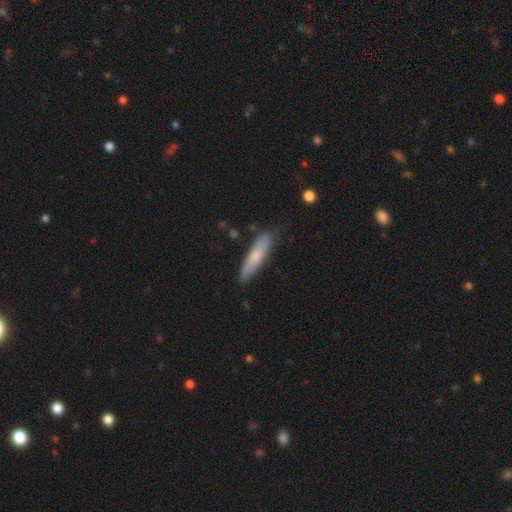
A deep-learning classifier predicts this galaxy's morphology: This appears to be a smooth galaxy with no disk features (70%) that is cigar-shaped (81%). Merging: none (78%).